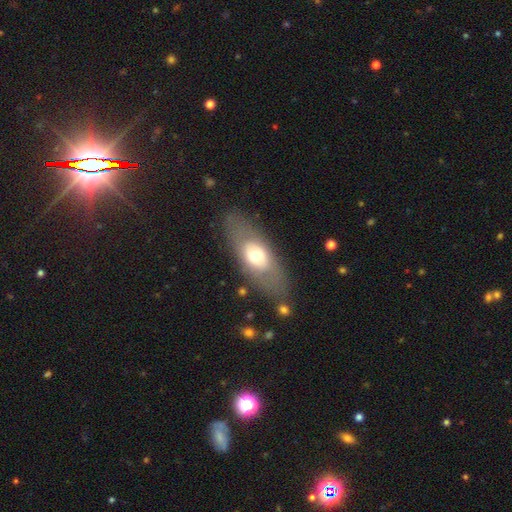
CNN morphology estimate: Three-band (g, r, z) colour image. It shows a smooth galaxy with no disk features (52%) that is in between round and cigar-shaped (77%). Merging: none (79%).